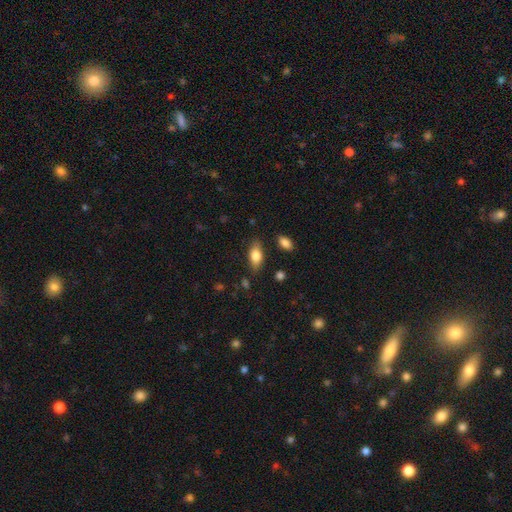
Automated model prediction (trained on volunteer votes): Overall: smooth (80%). How rounded: in between (87%). Merging: none (79%).